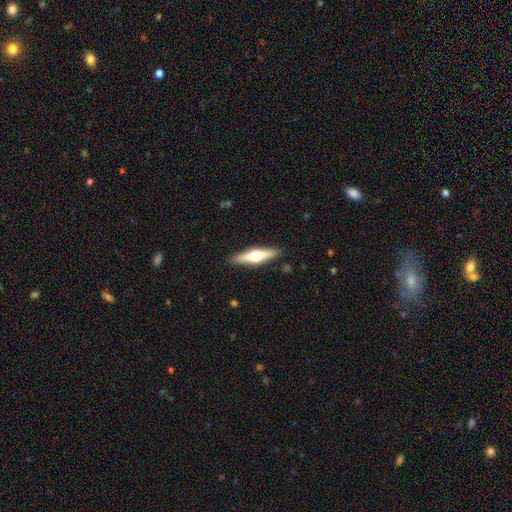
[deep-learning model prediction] Morphology: type=featured or disk (61%); edge-on=yes (95%); edge-on bulge=rounded (95%); merging=none (90%).